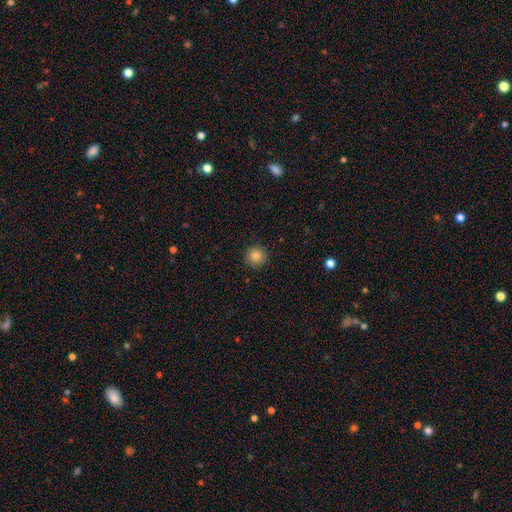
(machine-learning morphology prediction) Smooth or featured: smooth — 84% (star or artifact — 10%)
How rounded: round — 95% (in between — 4%)
Merging: none — 92% (minor disturbance — 5%)